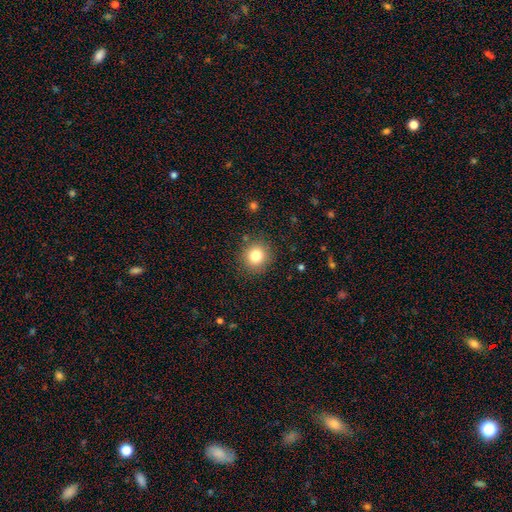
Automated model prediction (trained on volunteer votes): smooth-or-featured: smooth: 80% | star or artifact: 12% | featured or disk: 8%
  how-rounded: round: 88% | in between: 11% | cigar-shaped: 1%
  merging: none: 87% | minor disturbance: 8% | major disturbance: 3% | merger: 2%